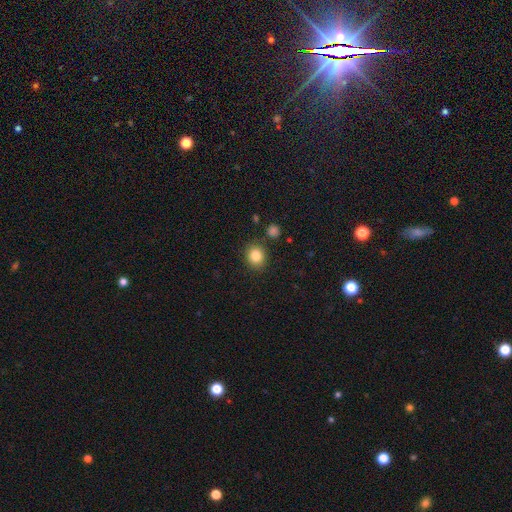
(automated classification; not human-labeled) A smooth galaxy with no disk features (84%) that is round (74%). Merging: none (86%).